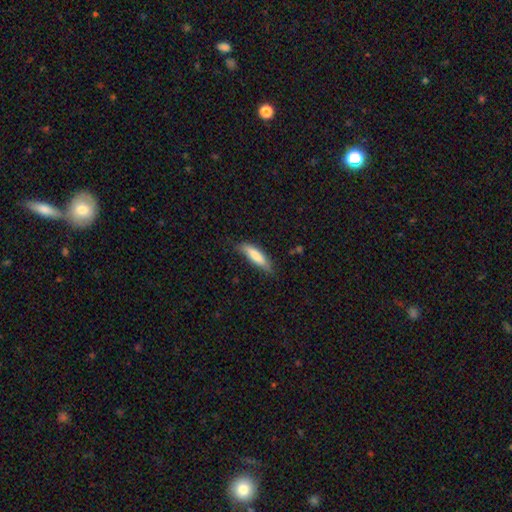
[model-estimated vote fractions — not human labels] A smooth galaxy with no disk features (79%) that is cigar-shaped (68%). Merging: none (69%).